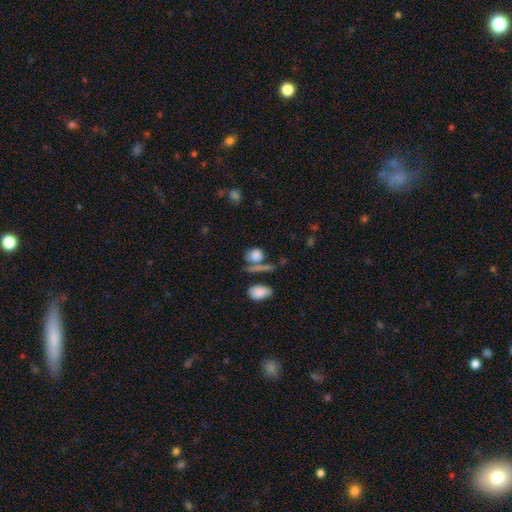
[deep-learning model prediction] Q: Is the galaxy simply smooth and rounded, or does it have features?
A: smooth — 78%.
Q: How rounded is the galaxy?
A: round — 50%.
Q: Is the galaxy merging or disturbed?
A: none — 45%.